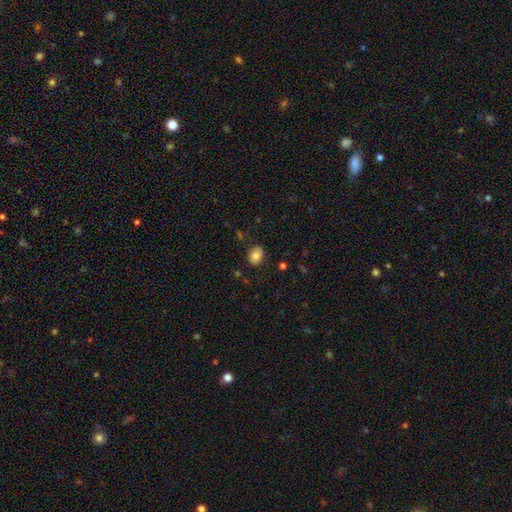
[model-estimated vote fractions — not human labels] A smooth galaxy with no disk features (82%) that is in between round and cigar-shaped (70%). Merging: none (85%).